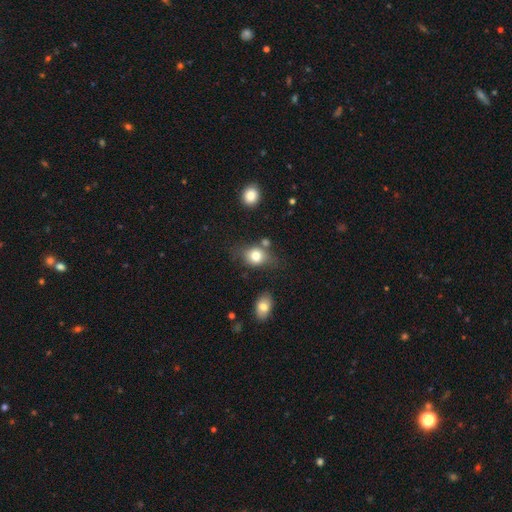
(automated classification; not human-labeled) Smooth or featured? Predicted: smooth (p=0.77). How rounded? Predicted: in between (p=0.52). Merging? Predicted: none (p=0.62).